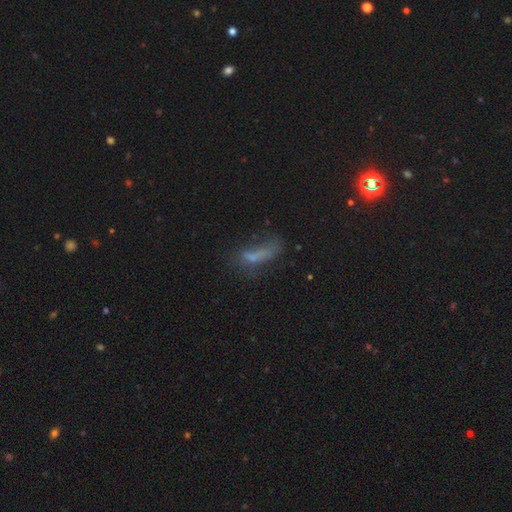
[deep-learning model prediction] Q: Smooth or featured?
A: smooth (53%); runner-up: featured or disk (29%)
Q: How rounded?
A: cigar-shaped (53%); runner-up: in between (43%)
Q: Merging?
A: none (37%); runner-up: major disturbance (33%)